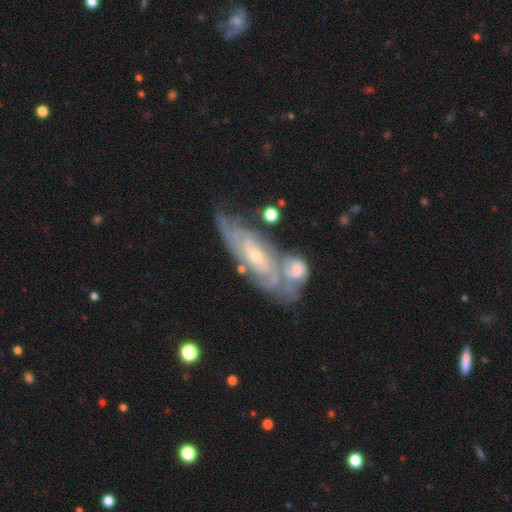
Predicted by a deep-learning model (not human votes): Smooth or featured? Predicted: featured or disk (p=0.74). Edge-on disk? Predicted: no (p=0.76). Bar? Predicted: no (p=0.55). Spiral arms? Predicted: yes (p=0.79). Bulge size? Predicted: small (p=0.64). Merging? Predicted: none (p=0.55).